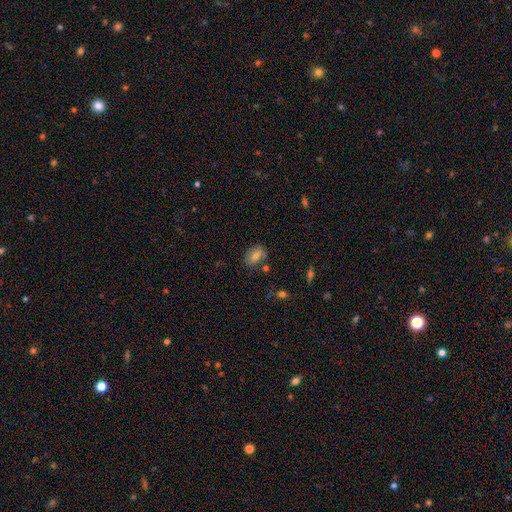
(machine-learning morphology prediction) This appears to be a smooth galaxy with no disk features (73%) that is in between round and cigar-shaped (77%). Merging: none (75%).